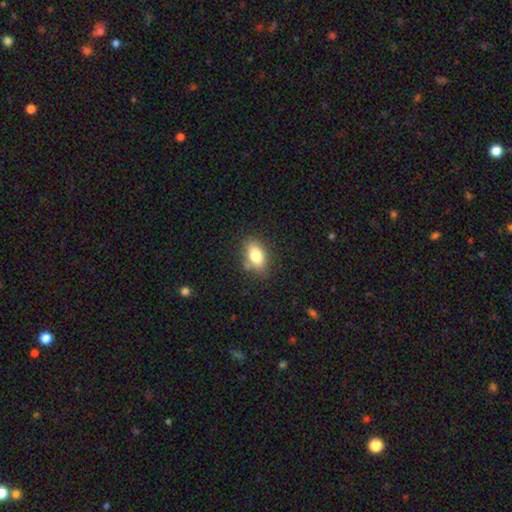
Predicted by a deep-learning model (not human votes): Smooth or featured: smooth — 78% (featured or disk — 13%)
How rounded: in between — 85% (round — 11%)
Merging: none — 76% (minor disturbance — 17%)